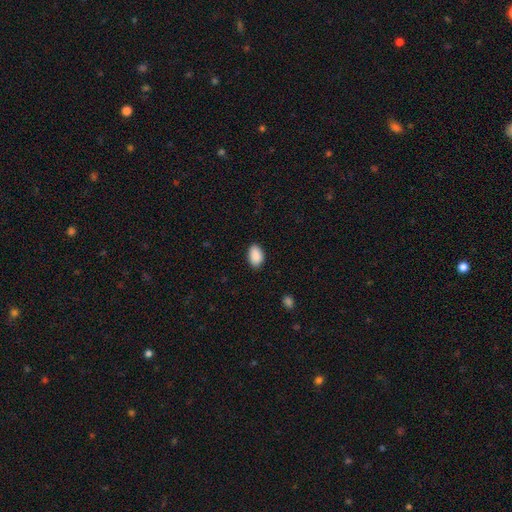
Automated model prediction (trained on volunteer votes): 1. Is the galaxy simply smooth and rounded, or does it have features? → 90% smooth, 7% star or artifact, 3% featured or disk.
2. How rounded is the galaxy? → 91% in between, 8% round, 1% cigar-shaped.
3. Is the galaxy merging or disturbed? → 87% none, 10% minor disturbance, 2% major disturbance, 1% merger.